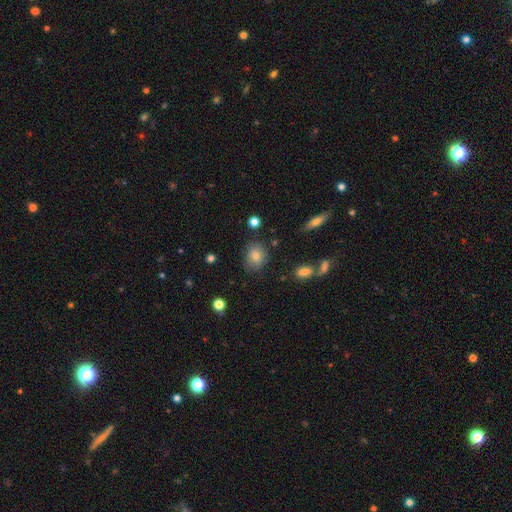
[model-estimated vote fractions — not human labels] smooth_or_featured: smooth (p=0.76) [alt: featured or disk p=0.12]
how_rounded: in between (p=0.50) [alt: round p=0.48]
merging: none (p=0.79) [alt: minor disturbance p=0.15]